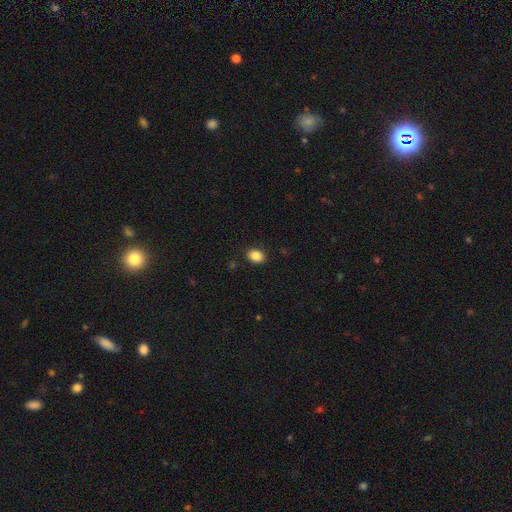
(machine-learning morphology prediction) This is clearly a smooth galaxy (86%). How rounded: likely in between (71%). Merging: clearly none (89%).